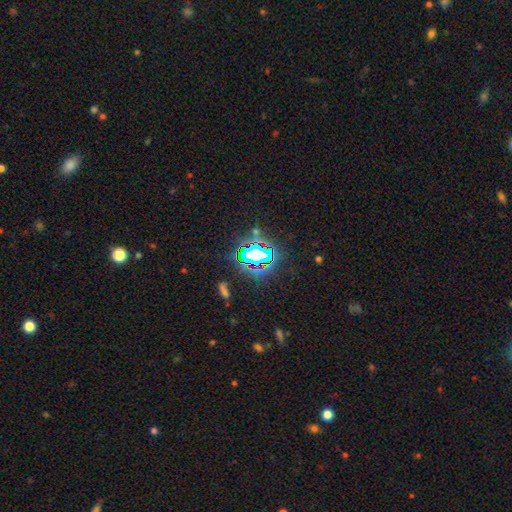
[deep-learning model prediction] This is likely a star or artifact rather than a galaxy (70%).